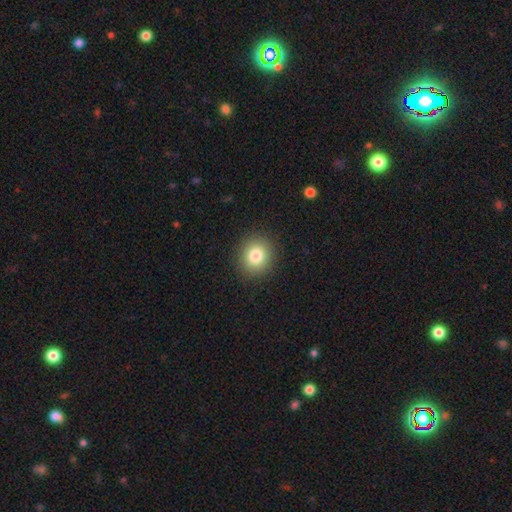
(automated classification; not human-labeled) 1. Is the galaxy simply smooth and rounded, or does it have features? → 82% smooth, 11% star or artifact, 8% featured or disk.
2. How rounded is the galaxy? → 80% round, 19% in between, 1% cigar-shaped.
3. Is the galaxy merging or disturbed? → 90% none, 6% minor disturbance, 2% major disturbance, 1% merger.